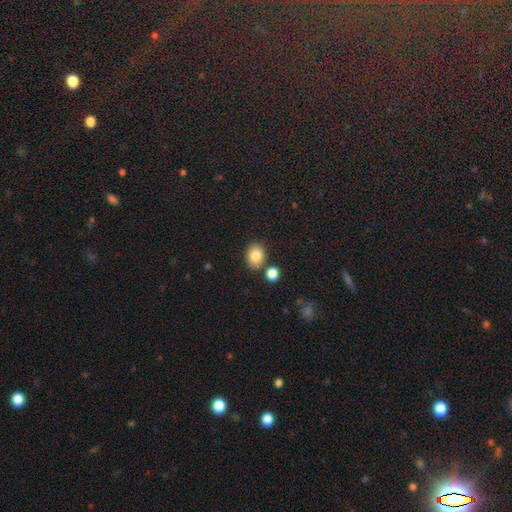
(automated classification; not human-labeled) smooth_or_featured: smooth (p=0.84) [alt: star or artifact p=0.09]
how_rounded: in between (p=0.54) [alt: round p=0.45]
merging: none (p=0.77) [alt: merger p=0.10]